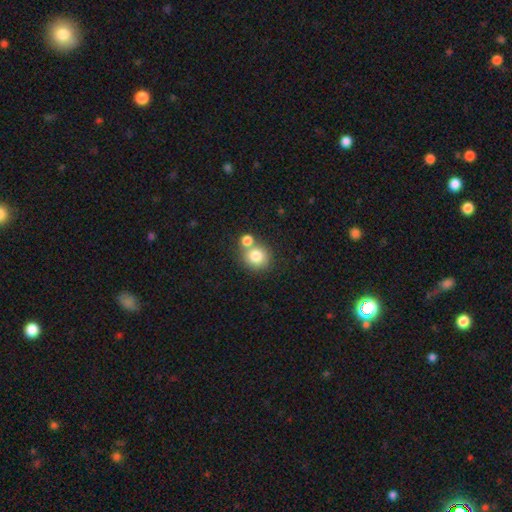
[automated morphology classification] Q: Smooth or featured?
A: smooth (80%); runner-up: star or artifact (11%)
Q: How rounded?
A: round (87%); runner-up: in between (12%)
Q: Merging?
A: none (57%); runner-up: merger (32%)